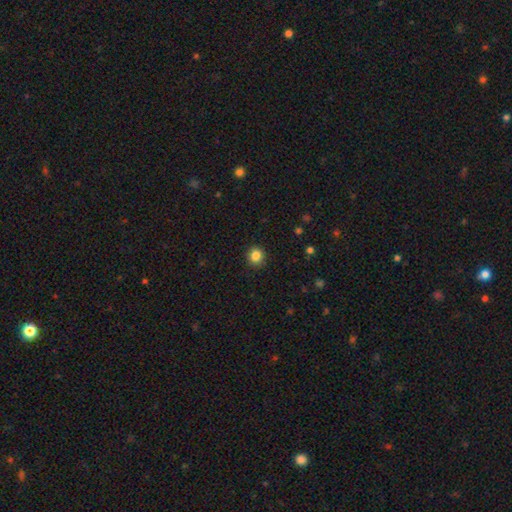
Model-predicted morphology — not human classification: The model was most divided on "smooth or featured": smooth: 85%, star or artifact: 11%, featured or disk: 4%. More confident: merging — none (91%); how rounded — round (89%).